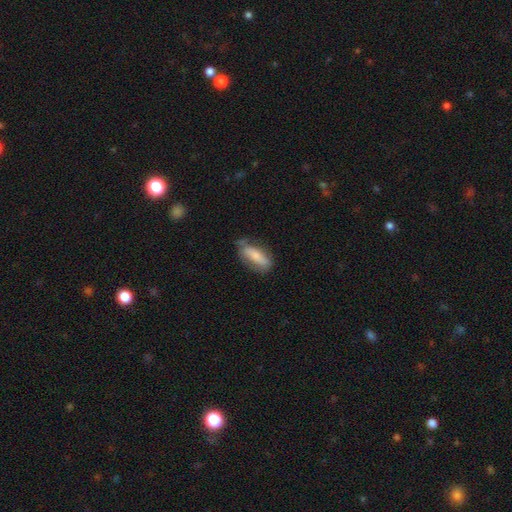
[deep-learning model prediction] Overall: smooth (71%). How rounded: in between (68%; cigar-shaped 29%). Merging: none (60%; minor disturbance 28%).